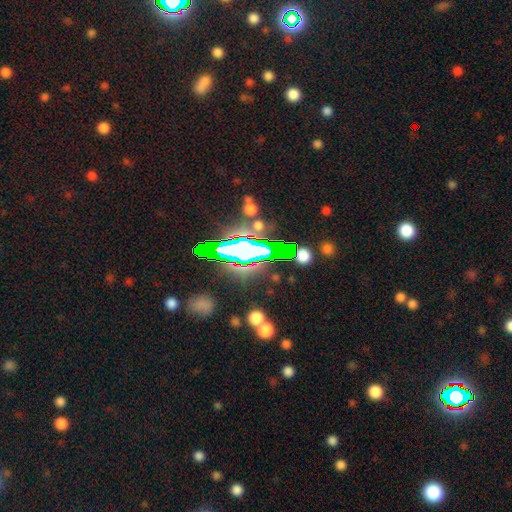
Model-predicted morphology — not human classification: Smooth or featured: star or artifact — 53% (featured or disk — 29%)